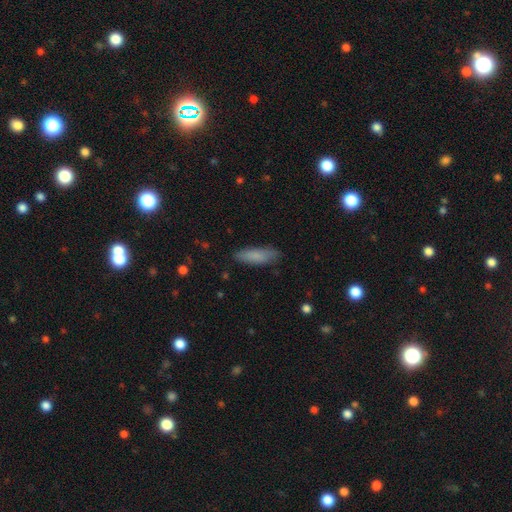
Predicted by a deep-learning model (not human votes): Morphology: type=smooth (84%); roundness=cigar-shaped (53%); merging=none (84%).